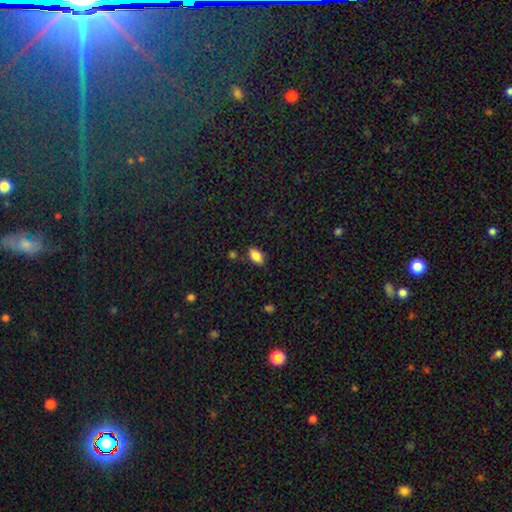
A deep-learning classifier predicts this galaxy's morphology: smooth_or_featured: smooth (p=0.85) [alt: star or artifact p=0.08]
how_rounded: in between (p=0.91) [alt: round p=0.05]
merging: none (p=0.82) [alt: minor disturbance p=0.12]